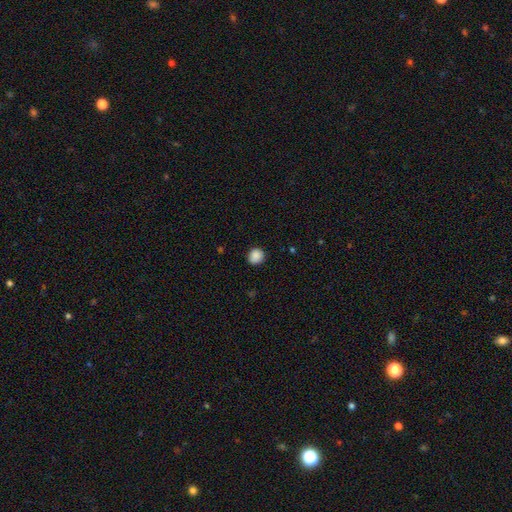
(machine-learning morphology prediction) smooth_or_featured: smooth (p=0.88) [alt: star or artifact p=0.09]
how_rounded: round (p=0.85) [alt: in between p=0.14]
merging: none (p=0.87) [alt: minor disturbance p=0.09]